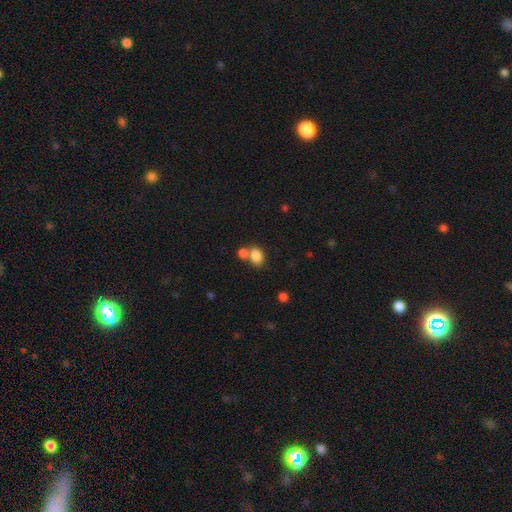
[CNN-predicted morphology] type=smooth (83%); roundness=in between (67%); merging=none (44%).